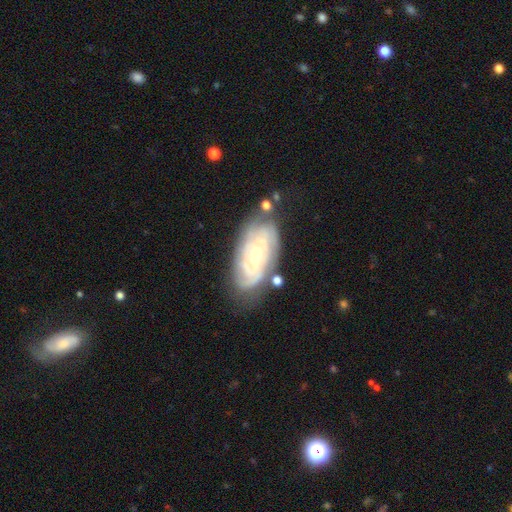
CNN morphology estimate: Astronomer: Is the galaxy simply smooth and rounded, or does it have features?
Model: featured or disk — 81%.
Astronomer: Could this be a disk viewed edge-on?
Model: no — 94%.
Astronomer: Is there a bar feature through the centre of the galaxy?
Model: no — 70%.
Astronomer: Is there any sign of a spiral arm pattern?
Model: yes — 93%.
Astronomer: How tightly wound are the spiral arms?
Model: tight — 75%.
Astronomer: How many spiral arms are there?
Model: can't tell — 43%.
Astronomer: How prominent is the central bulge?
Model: moderate — 49% (runner-up: small, 46%).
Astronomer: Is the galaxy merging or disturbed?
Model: none — 70%.